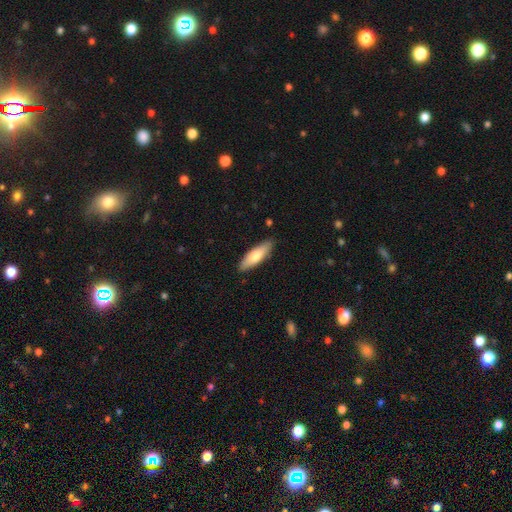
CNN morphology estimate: smooth 70%, featured or disk 25%, star or artifact 5%. Down the decision tree: how rounded — cigar-shaped (49%, tied with in between); merging — none (87%).